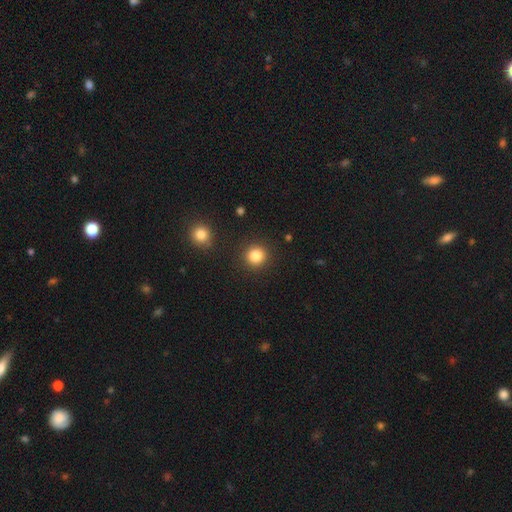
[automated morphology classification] A smooth galaxy with no disk features (85%) that is round (92%).

Vote fractions:
- Smooth or featured? smooth: 85% / star or artifact: 11% / featured or disk: 4%
- How rounded? round: 92% / in between: 7% / cigar-shaped: 1%
- Merging? none: 89% / minor disturbance: 6% / major disturbance: 3% / merger: 2%